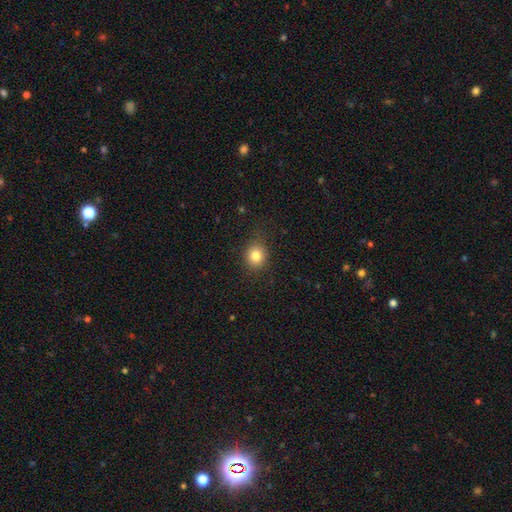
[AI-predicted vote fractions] Smooth or featured: smooth — 81% (star or artifact — 11%)
How rounded: round — 75% (in between — 24%)
Merging: none — 85% (minor disturbance — 11%)